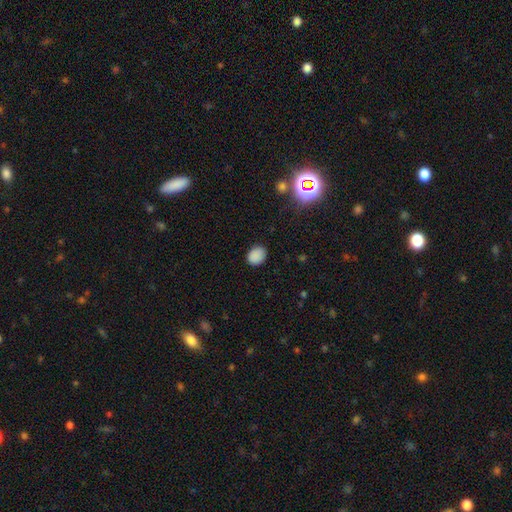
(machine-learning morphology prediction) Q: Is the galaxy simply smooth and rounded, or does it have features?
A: smooth — 85%.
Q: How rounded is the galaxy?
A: in between — 55%.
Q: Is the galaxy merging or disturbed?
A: none — 84%.